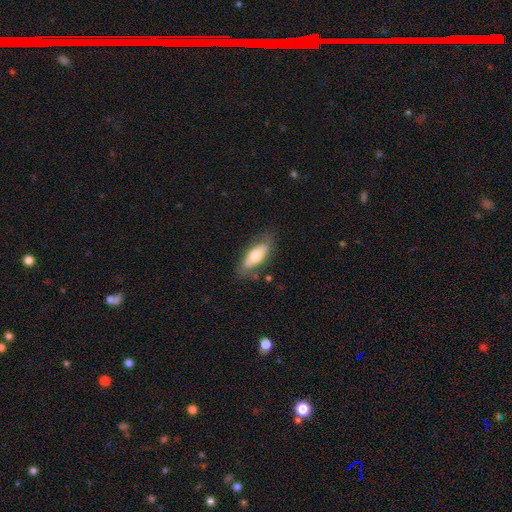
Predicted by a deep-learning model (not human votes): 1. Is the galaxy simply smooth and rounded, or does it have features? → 62% smooth, 32% featured or disk, 6% star or artifact.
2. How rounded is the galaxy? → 78% in between, 20% cigar-shaped, 2% round.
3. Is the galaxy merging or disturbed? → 76% none, 17% minor disturbance, 5% major disturbance, 2% merger.